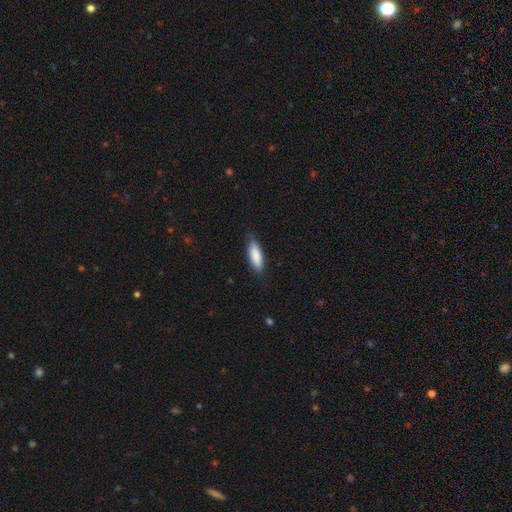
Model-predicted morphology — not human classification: Smooth or featured?
  - smooth: 87% *
  - featured or disk: 8%
  - star or artifact: 5%
How rounded?
  - in between: 61% *
  - cigar-shaped: 38%
  - round: 2%
Merging?
  - none: 82% *
  - minor disturbance: 14%
  - major disturbance: 3%
  - merger: 1%